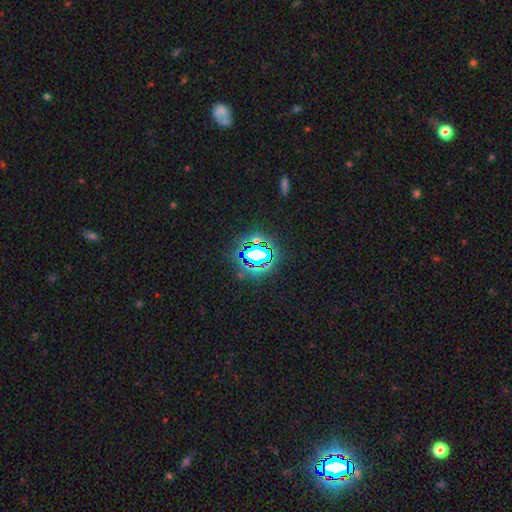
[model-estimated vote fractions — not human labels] Overall: star or artifact (74%).